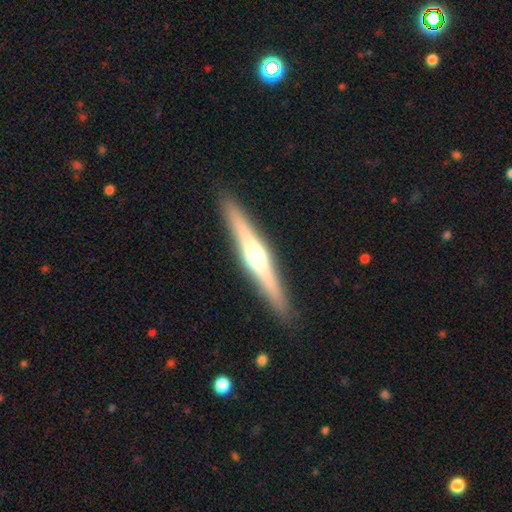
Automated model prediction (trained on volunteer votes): A featured or disk galaxy (68%) viewed edge-on (97%) with a rounded central bulge (91%).

Vote fractions:
- Smooth or featured? featured or disk: 68% / smooth: 26% / star or artifact: 6%
- Edge-on disk? yes: 97% / no: 3%
- Edge-on bulge? rounded: 91% / boxy: 5% / none: 4%
- Merging? none: 90% / minor disturbance: 7% / major disturbance: 2% / merger: 1%